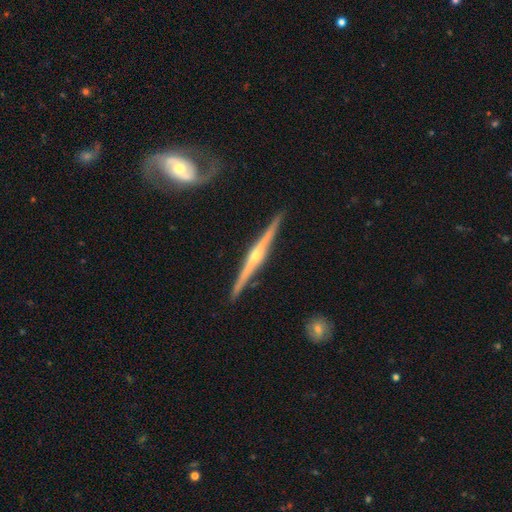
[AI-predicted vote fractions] Overall: featured or disk (86%). Edge-on disk: yes (98%). Edge-on bulge: rounded (83%). Merging: none (89%).